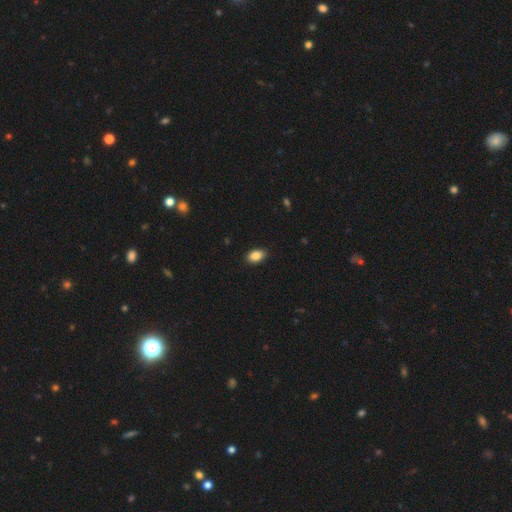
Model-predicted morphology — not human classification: A smooth galaxy with no disk features (88%) that is in between round and cigar-shaped (90%). Merging: none (89%).